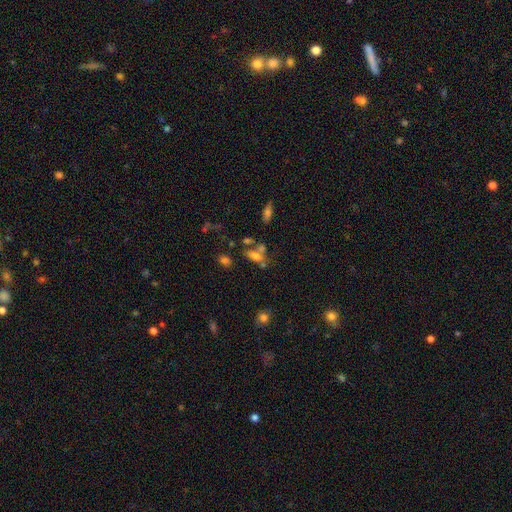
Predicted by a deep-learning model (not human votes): This appears to be a smooth galaxy with no disk features (62%) that is in between round and cigar-shaped (77%). Merging: none (41%).